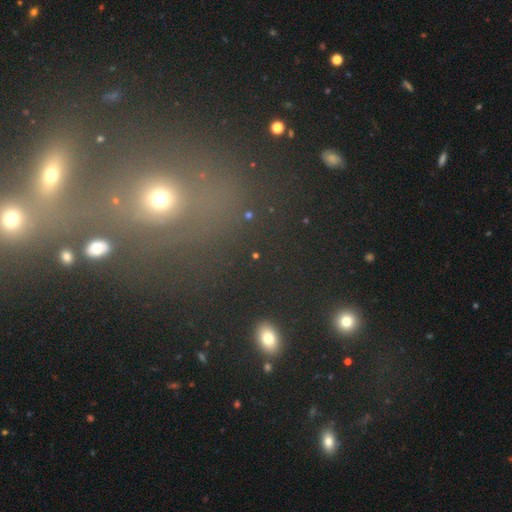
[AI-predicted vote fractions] Overall: smooth (50%; star or artifact 37%). Merging: none (79%).